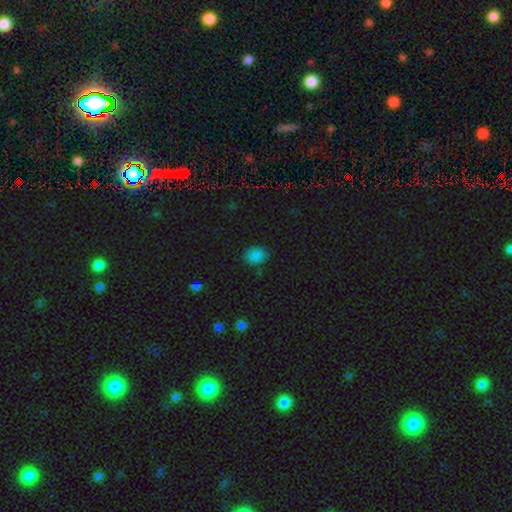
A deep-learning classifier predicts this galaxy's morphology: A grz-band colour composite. It shows a smooth galaxy with no disk features (85%) that is in between round and cigar-shaped (63%). Merging: none (82%).